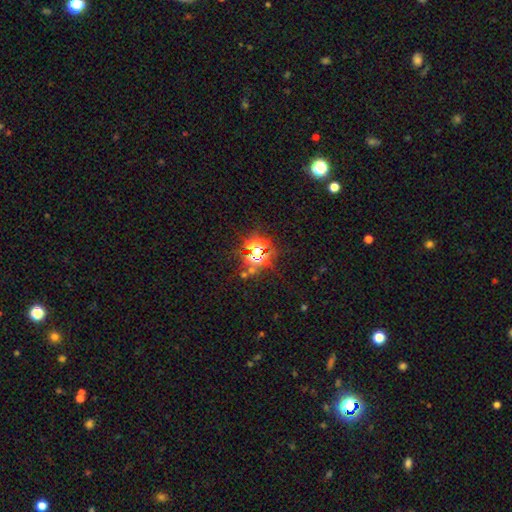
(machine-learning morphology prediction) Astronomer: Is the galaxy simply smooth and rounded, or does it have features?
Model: star or artifact — 75%.